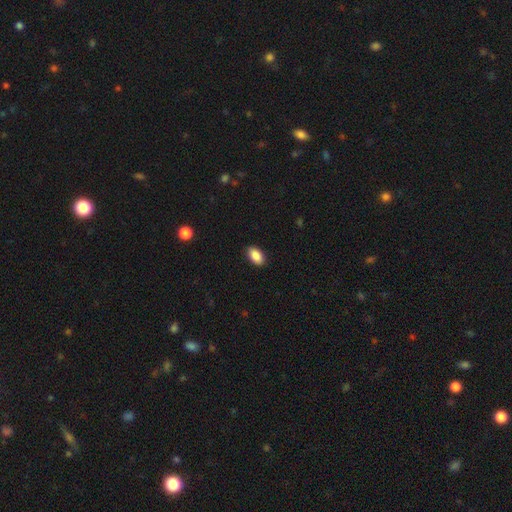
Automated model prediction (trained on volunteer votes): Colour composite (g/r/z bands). It shows a smooth galaxy with no disk features (89%) that is in between round and cigar-shaped (93%). Merging: none (89%).